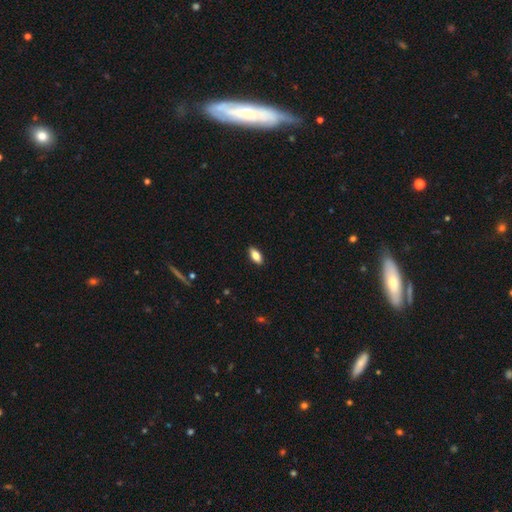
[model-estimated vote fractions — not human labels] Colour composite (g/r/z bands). It shows a smooth galaxy with no disk features (79%) that is in between round and cigar-shaped (86%). Merging: none (90%).